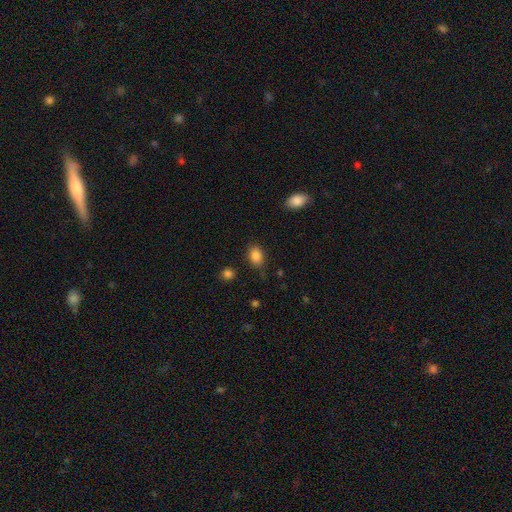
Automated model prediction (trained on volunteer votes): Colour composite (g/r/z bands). It shows a smooth galaxy with no disk features (85%) that is in between round and cigar-shaped (73%). Merging: none (80%).